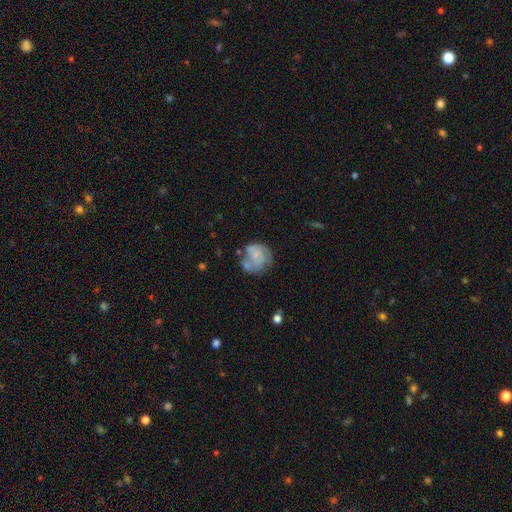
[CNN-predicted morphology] This appears to be a featured or disk galaxy (49%). Merging: none (44%).